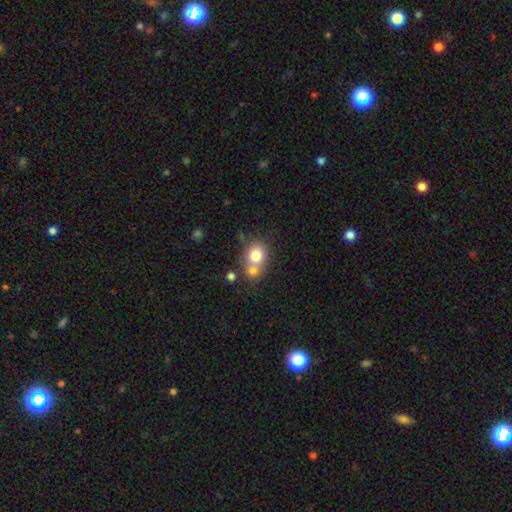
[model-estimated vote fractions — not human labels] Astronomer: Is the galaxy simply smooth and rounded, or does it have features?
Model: smooth — 76%.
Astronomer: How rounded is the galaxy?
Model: round — 71%.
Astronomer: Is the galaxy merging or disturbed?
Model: merger — 47% (runner-up: none, 41%).